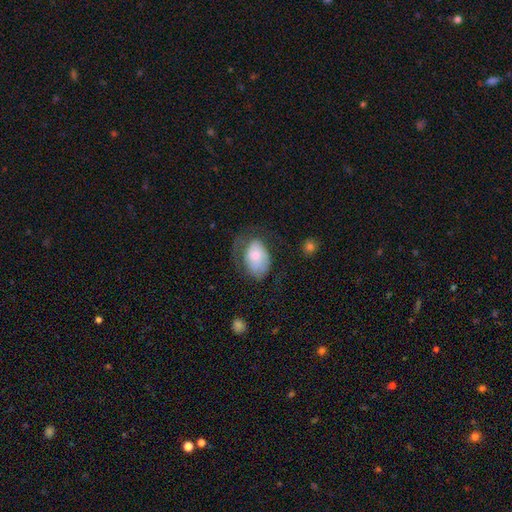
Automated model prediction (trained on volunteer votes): Morphology: type=smooth (59%); roundness=in between (87%); merging=none (37%).